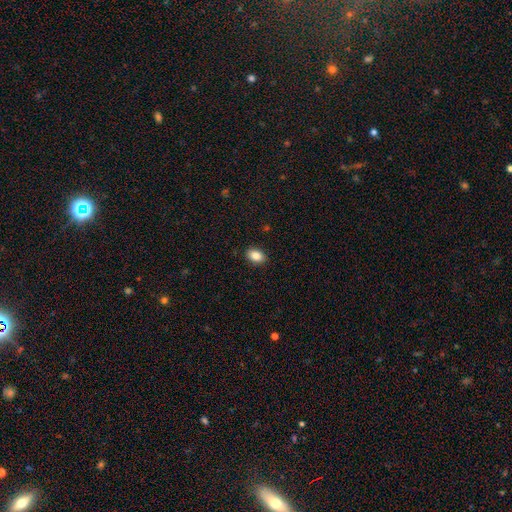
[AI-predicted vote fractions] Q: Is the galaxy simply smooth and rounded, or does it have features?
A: smooth — 86%.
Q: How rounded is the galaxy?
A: in between — 82%.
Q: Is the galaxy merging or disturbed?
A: none — 90%.